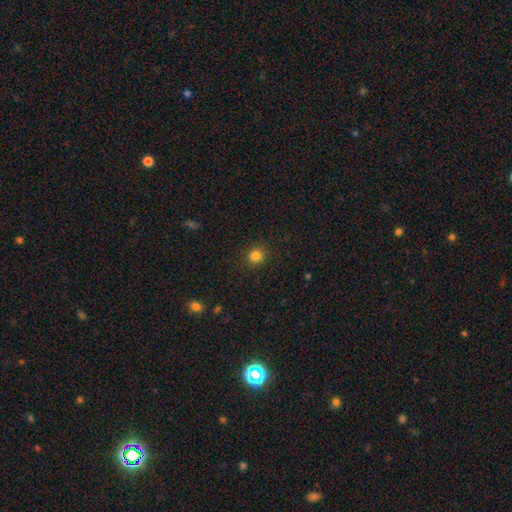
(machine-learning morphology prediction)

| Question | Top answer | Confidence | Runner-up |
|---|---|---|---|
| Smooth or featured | smooth | 82% | star or artifact (13%) |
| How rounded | round | 87% | in between (12%) |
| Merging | none | 90% | minor disturbance (7%) |